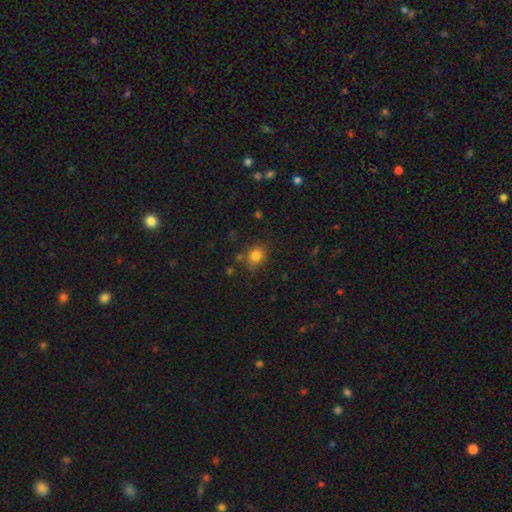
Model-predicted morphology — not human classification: smooth_or_featured: smooth (p=0.82) [alt: star or artifact p=0.12]
how_rounded: round (p=0.75) [alt: in between p=0.24]
merging: none (p=0.78) [alt: minor disturbance p=0.13]